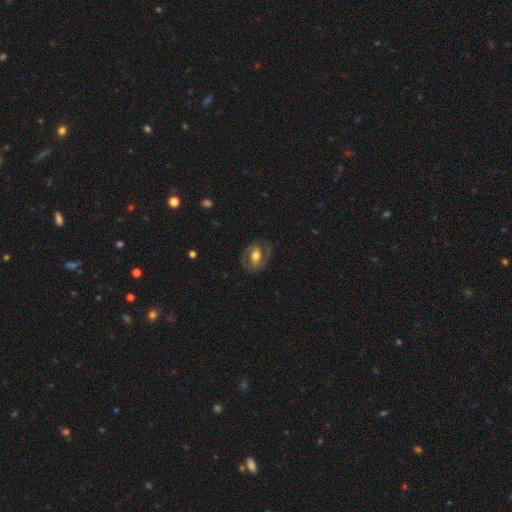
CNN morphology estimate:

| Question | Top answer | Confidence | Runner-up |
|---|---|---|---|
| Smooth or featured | featured or disk | 75% | smooth (19%) |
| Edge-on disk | no | 95% | yes (5%) |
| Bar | strong | 40% | weak (35%) |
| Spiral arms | yes | 84% | no (16%) |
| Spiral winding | medium | 50% | tight (33%) |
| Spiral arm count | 2 | 88% | can't tell (6%) |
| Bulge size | moderate | 66% | large (16%) |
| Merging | none | 75% | minor disturbance (14%) |